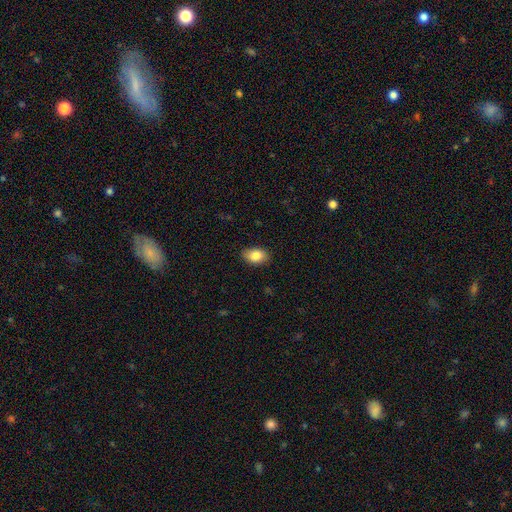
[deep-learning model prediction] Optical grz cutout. It shows a smooth galaxy with no disk features (85%) that is in between round and cigar-shaped (87%). Merging: none (88%).